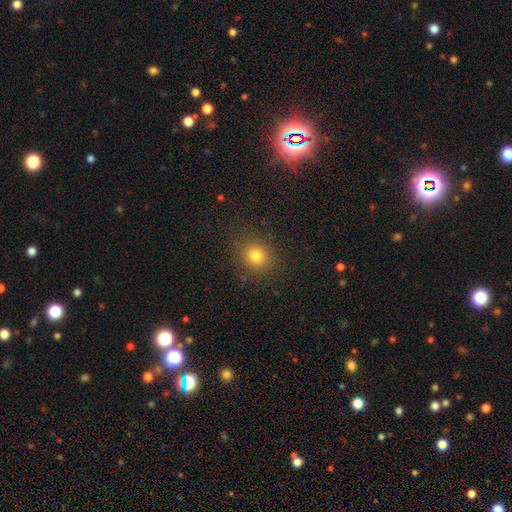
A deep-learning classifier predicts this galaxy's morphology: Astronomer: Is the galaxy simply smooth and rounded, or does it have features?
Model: smooth — 80%.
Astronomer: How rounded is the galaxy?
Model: round — 79%.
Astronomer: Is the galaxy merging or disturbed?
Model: none — 88%.